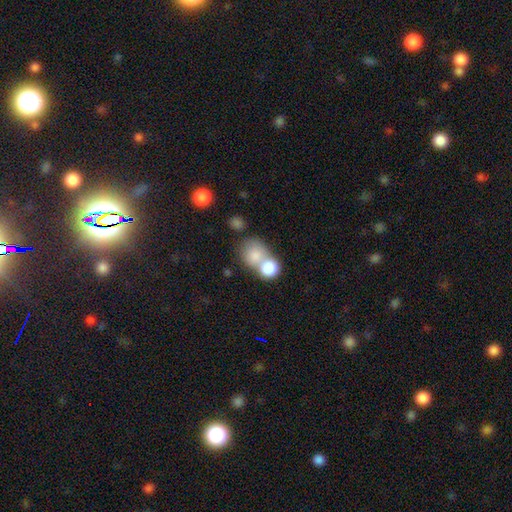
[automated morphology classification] Overall: smooth (80%). How rounded: round (70%). Merging: merger (55%; none 31%).